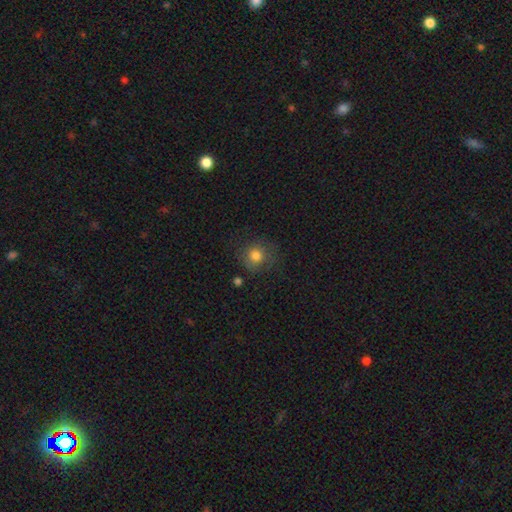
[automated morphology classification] smooth_or_featured: smooth (p=0.79) [alt: star or artifact p=0.11]
how_rounded: round (p=0.85) [alt: in between p=0.14]
merging: none (p=0.74) [alt: minor disturbance p=0.16]